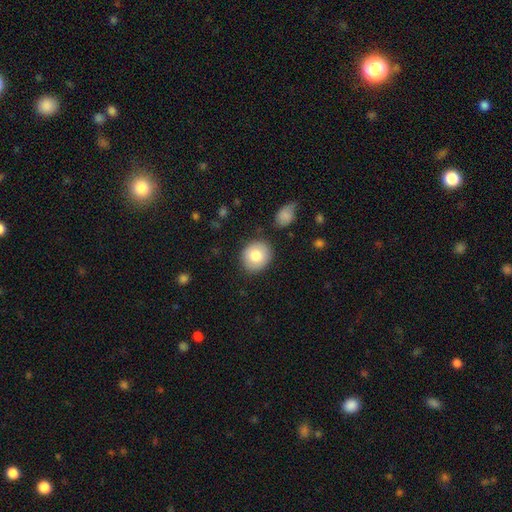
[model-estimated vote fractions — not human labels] The model was most divided on "how rounded": round: 77%, in between: 22%, cigar-shaped: 1%. More confident: merging — none (85%); smooth or featured — smooth (80%).